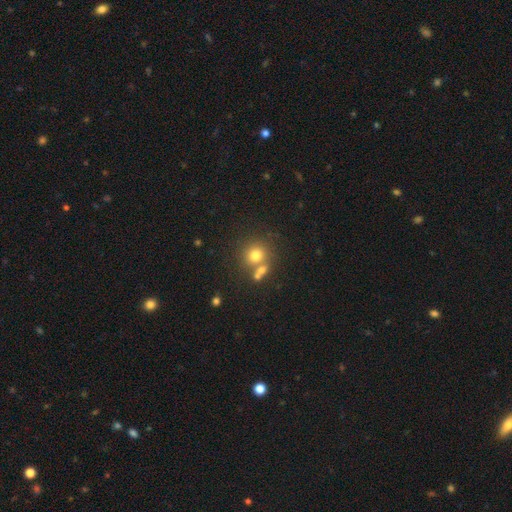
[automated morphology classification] This appears to be a smooth galaxy with no disk features (74%) that is round (85%). Merging: none (57%).